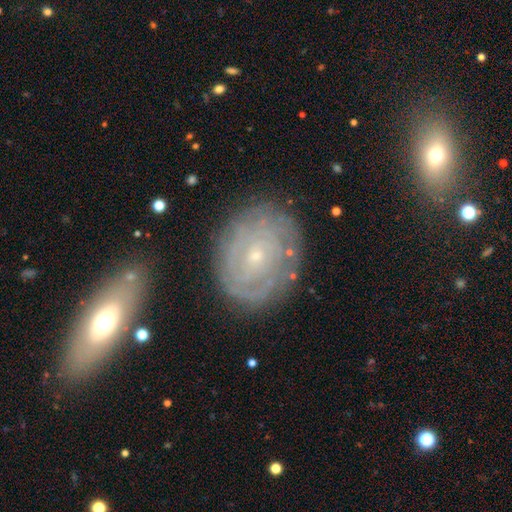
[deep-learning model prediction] smooth-or-featured: featured or disk: 73% | smooth: 19% | star or artifact: 8%
  disk-edge-on: no: 96% | yes: 4%
    bar: no: 79% | weak: 17% | strong: 4%
    has-spiral-arms: yes: 82% | no: 18%
      spiral-winding: tight: 80% | medium: 15% | loose: 5%
      spiral-arm-count: can't tell: 55% | 2: 16% | 3: 10% | 4: 8% | more than 4: 6% | 1: 6%
    bulge-size: small: 84% | moderate: 13% | none: 1% | large: 1% | dominant: 1%
  merging: none: 78% | minor disturbance: 15% | major disturbance: 5% | merger: 2%